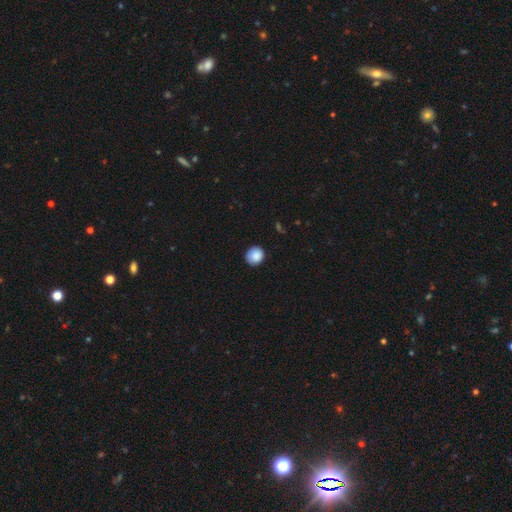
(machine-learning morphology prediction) Smooth or featured? smooth (87%)
How rounded? round (85%)
Merging? none (84%)